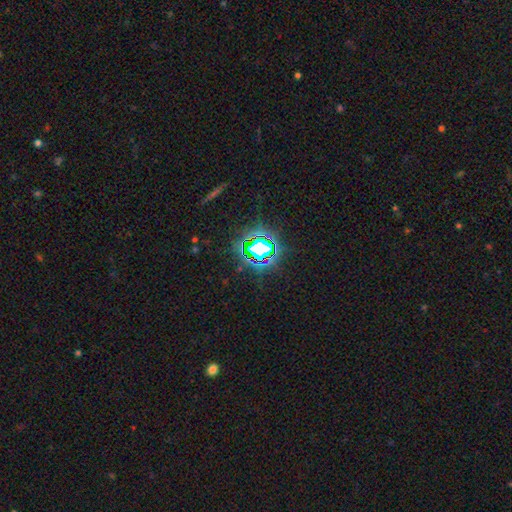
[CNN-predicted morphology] Smooth or featured? star or artifact (81%)